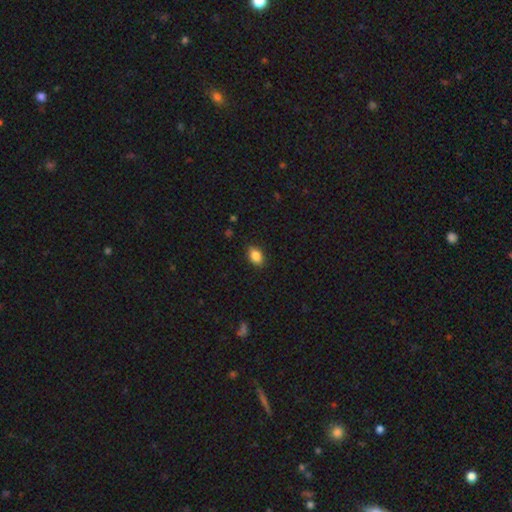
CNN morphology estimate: smooth_or_featured: smooth (p=0.86) [alt: star or artifact p=0.08]
how_rounded: in between (p=0.84) [alt: round p=0.15]
merging: none (p=0.88) [alt: minor disturbance p=0.09]